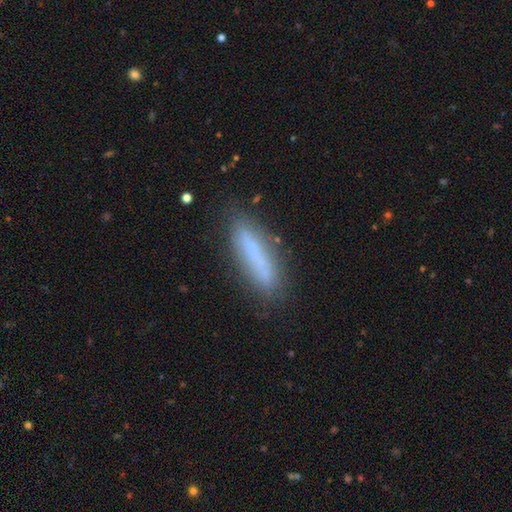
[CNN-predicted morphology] smooth 66%, featured or disk 25%, star or artifact 9%. Down the decision tree: how rounded — cigar-shaped (79%); merging — none (78%).